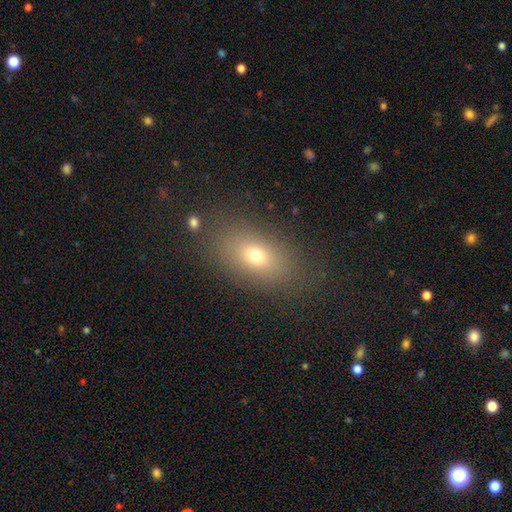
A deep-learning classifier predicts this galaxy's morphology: Smooth or featured: smooth — 69% (featured or disk — 16%)
How rounded: in between — 81% (round — 15%)
Merging: none — 81% (minor disturbance — 11%)